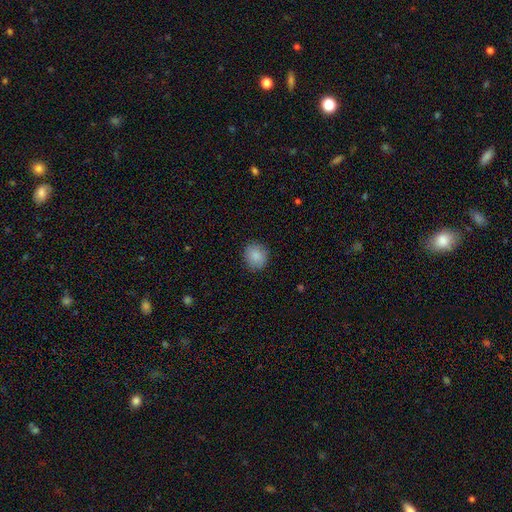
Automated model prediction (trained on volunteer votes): Overall: smooth (88%). How rounded: round (82%). Merging: none (88%).